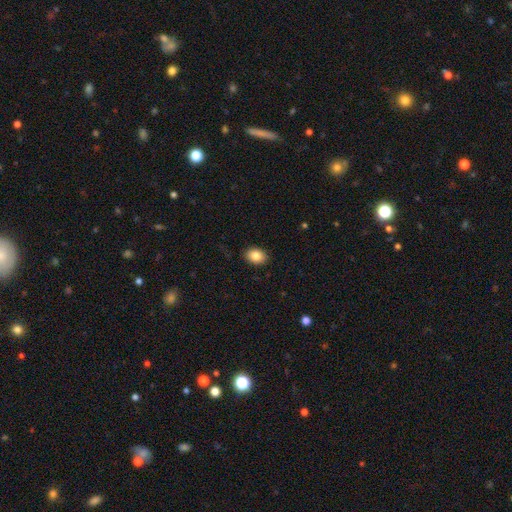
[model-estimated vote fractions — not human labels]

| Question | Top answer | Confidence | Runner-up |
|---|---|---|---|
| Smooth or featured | smooth | 85% | star or artifact (8%) |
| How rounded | in between | 73% | round (26%) |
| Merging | none | 89% | minor disturbance (8%) |